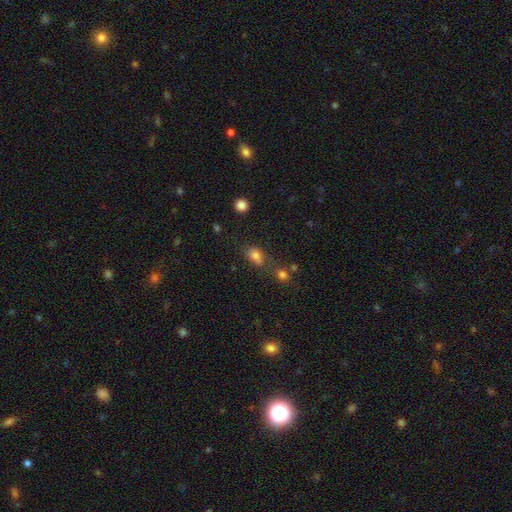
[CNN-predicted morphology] smooth 78%, star or artifact 15%, featured or disk 8%. Down the decision tree: how rounded — in between (64%); merging — none (51%).